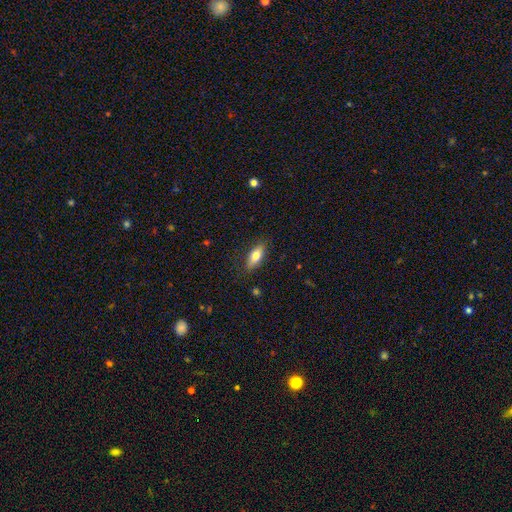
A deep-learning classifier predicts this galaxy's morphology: type=smooth (76%); roundness=in between (78%); merging=none (84%).